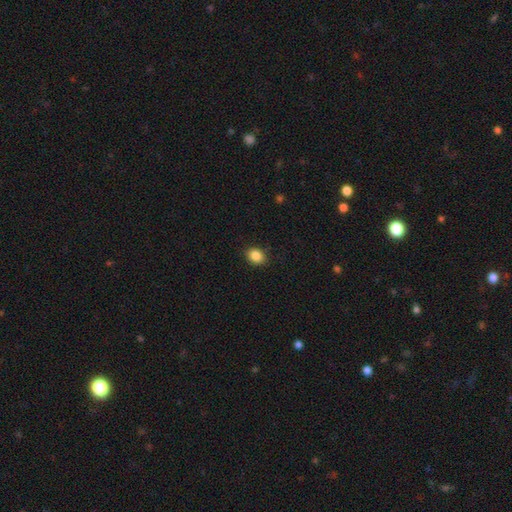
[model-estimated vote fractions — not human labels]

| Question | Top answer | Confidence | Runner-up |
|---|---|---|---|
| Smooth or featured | smooth | 86% | star or artifact (10%) |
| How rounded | round | 50% | in between (49%) |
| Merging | none | 87% | minor disturbance (9%) |